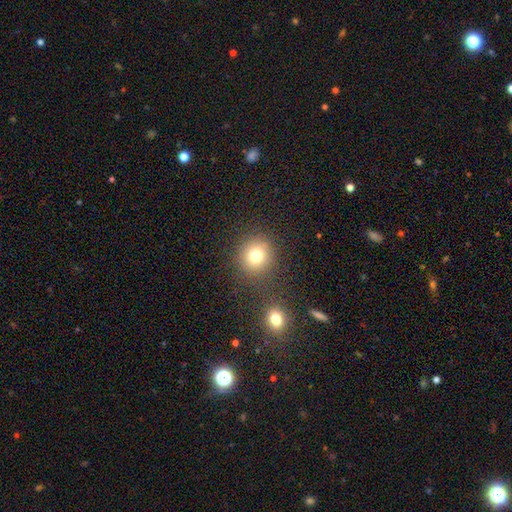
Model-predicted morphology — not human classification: Q: Smooth or featured?
A: smooth (77%); runner-up: star or artifact (14%)
Q: How rounded?
A: round (90%); runner-up: in between (9%)
Q: Merging?
A: none (79%); runner-up: merger (9%)